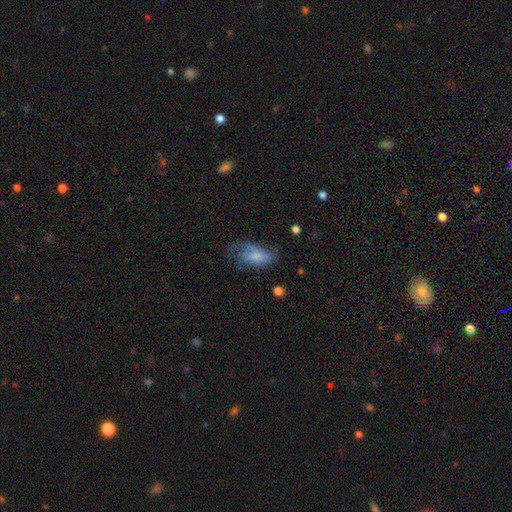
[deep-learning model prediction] smooth_or_featured: smooth (p=0.64) [alt: featured or disk p=0.27]
how_rounded: in between (p=0.87) [alt: cigar-shaped p=0.09]
merging: none (p=0.36) [alt: major disturbance p=0.31]